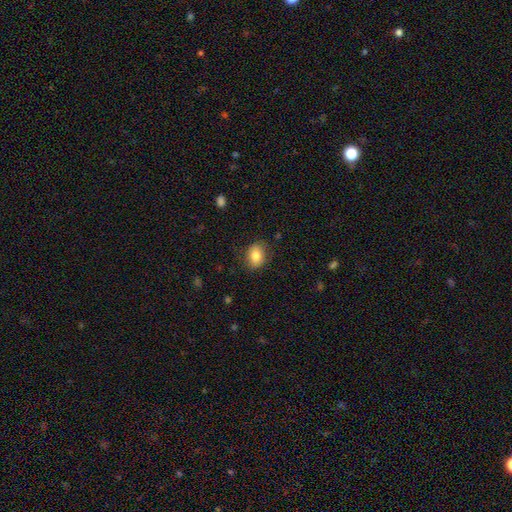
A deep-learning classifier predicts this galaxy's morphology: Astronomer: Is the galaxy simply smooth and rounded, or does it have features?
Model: smooth — 83%.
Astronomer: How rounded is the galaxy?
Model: in between — 64%.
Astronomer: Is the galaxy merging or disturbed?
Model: none — 81%.